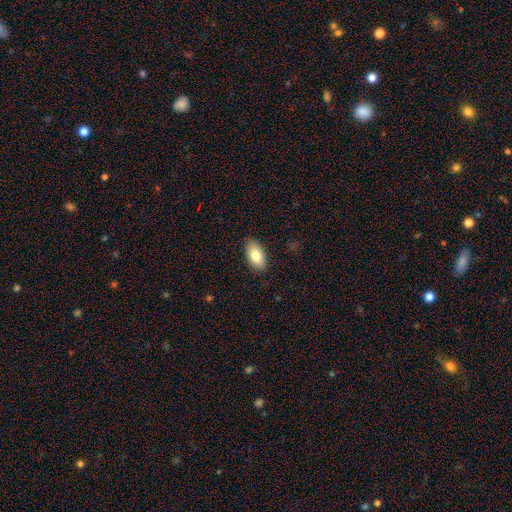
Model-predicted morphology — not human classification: smooth 82%, featured or disk 12%, star or artifact 7%. Down the decision tree: how rounded — in between (94%); merging — none (87%).